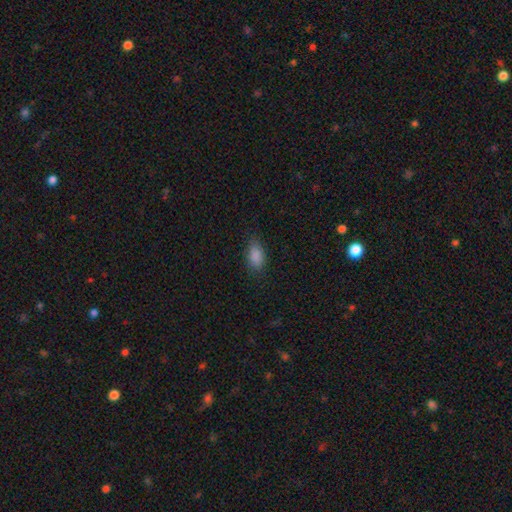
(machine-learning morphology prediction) Smooth or featured: smooth — 87% (star or artifact — 9%)
How rounded: in between — 90% (round — 7%)
Merging: none — 76% (minor disturbance — 18%)